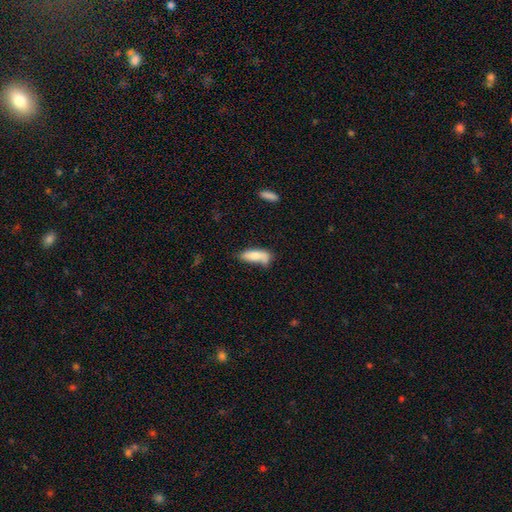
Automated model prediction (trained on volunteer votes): Smooth or featured: smooth — 74% (featured or disk — 19%)
How rounded: in between — 65% (cigar-shaped — 33%)
Merging: none — 43% (minor disturbance — 28%)